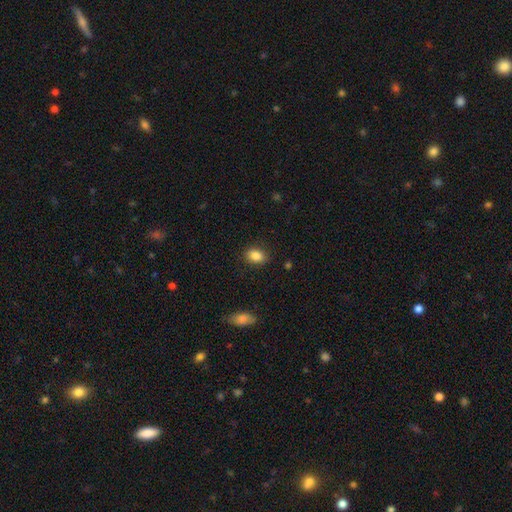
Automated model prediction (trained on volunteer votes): This is clearly a smooth galaxy (87%). How rounded: likely in between (78%). Merging: clearly none (85%).